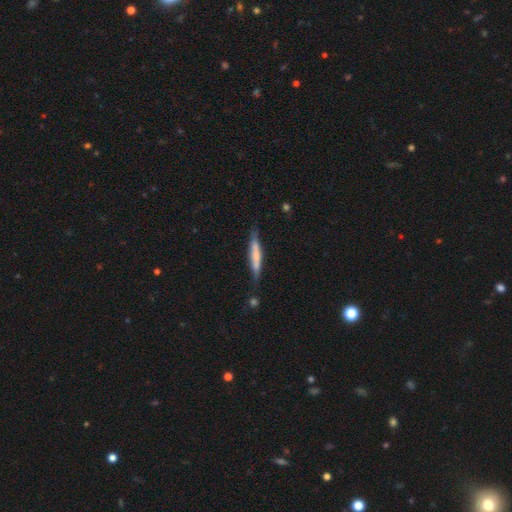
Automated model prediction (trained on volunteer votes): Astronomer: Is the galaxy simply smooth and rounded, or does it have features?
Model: smooth — 57% (runner-up: featured or disk, 37%).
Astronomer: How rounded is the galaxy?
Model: cigar-shaped — 92%.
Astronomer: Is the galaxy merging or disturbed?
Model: none — 72%.